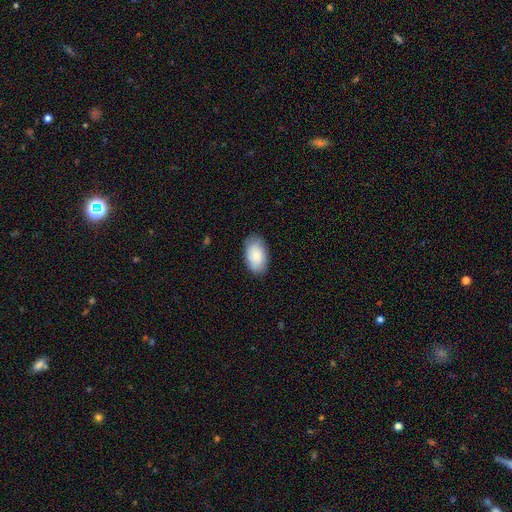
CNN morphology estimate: type=smooth (84%); roundness=in between (94%); merging=none (81%).